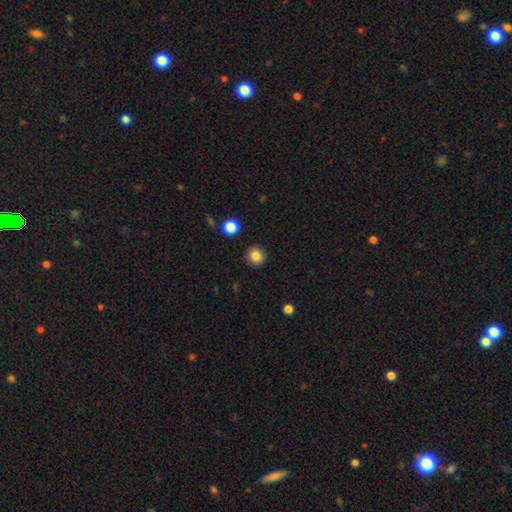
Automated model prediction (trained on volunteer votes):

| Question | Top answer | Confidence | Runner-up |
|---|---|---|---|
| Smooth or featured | smooth | 85% | star or artifact (10%) |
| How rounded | round | 93% | in between (6%) |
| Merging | none | 92% | minor disturbance (5%) |